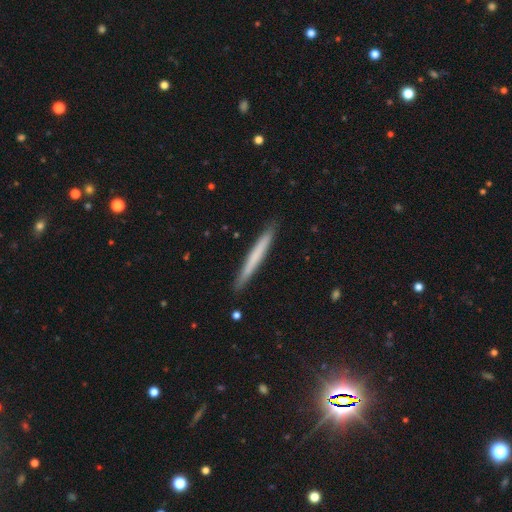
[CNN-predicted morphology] smooth 62%, featured or disk 32%, star or artifact 6%. Down the decision tree: how rounded — cigar-shaped (97%); merging — none (90%).